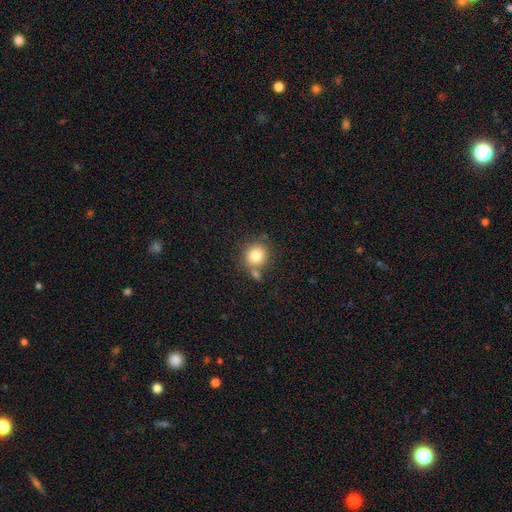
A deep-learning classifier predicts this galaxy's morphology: A smooth galaxy with no disk features (82%) that is round (86%). Merging: none (63%).